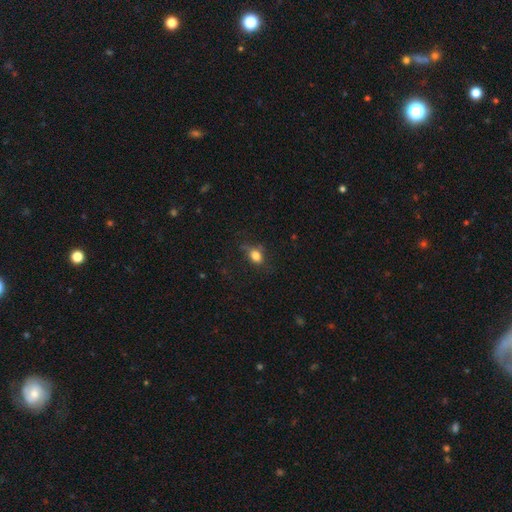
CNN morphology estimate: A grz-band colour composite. It shows a smooth galaxy with no disk features (80%) that is in between round and cigar-shaped (66%). Merging: none (57%).